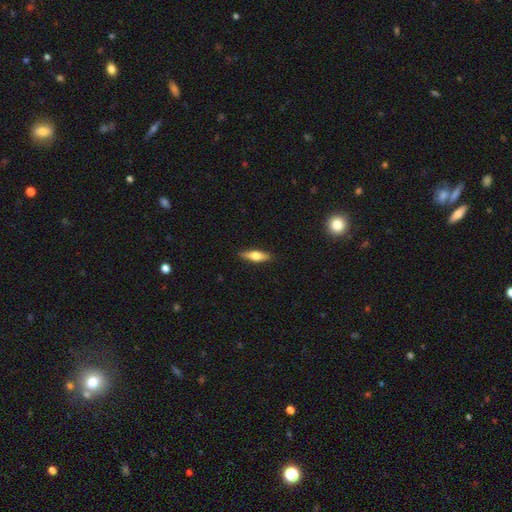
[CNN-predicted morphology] Q: Smooth or featured?
A: smooth (51%); runner-up: featured or disk (43%)
Q: How rounded?
A: cigar-shaped (59%); runner-up: in between (39%)
Q: Merging?
A: none (89%); runner-up: minor disturbance (8%)